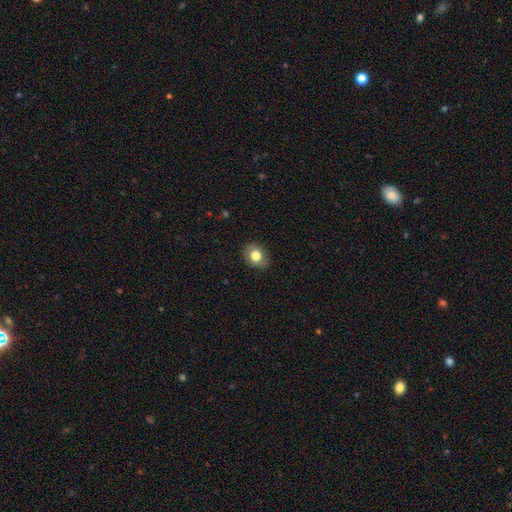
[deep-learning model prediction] smooth 78%, featured or disk 13%, star or artifact 9%. Down the decision tree: how rounded — in between (52%); merging — none (85%).